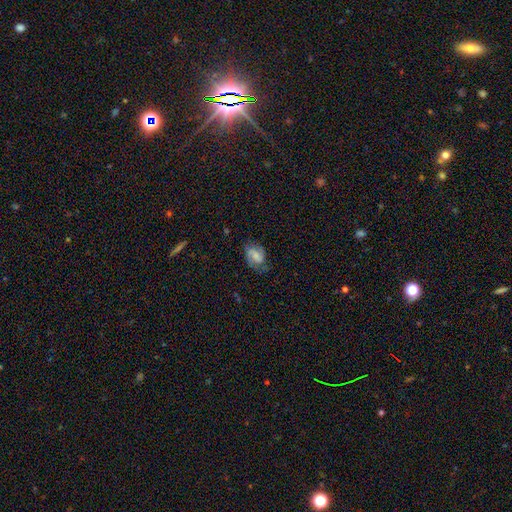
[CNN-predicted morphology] featured or disk 61%, smooth 31%, star or artifact 9%. Down the decision tree: edge-on disk — no (97%); bar — weak (48%); spiral arms — yes (91%); spiral arm count — 2 (80%); spiral winding — medium (47%); bulge size — small (36%); merging — none (64%).